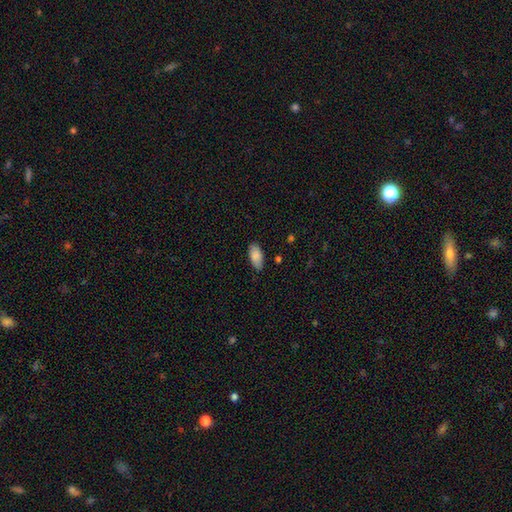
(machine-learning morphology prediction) Smooth or featured?
  - smooth: 87% *
  - star or artifact: 7%
  - featured or disk: 6%
How rounded?
  - in between: 91% *
  - cigar-shaped: 7%
  - round: 2%
Merging?
  - none: 82% *
  - minor disturbance: 14%
  - major disturbance: 2%
  - merger: 1%